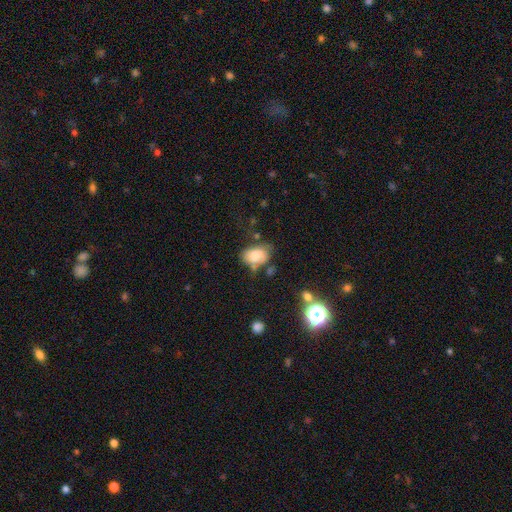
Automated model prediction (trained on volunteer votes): Smooth or featured? Predicted: smooth (p=0.71). How rounded? Predicted: in between (p=0.85). Merging? Predicted: none (p=0.42).